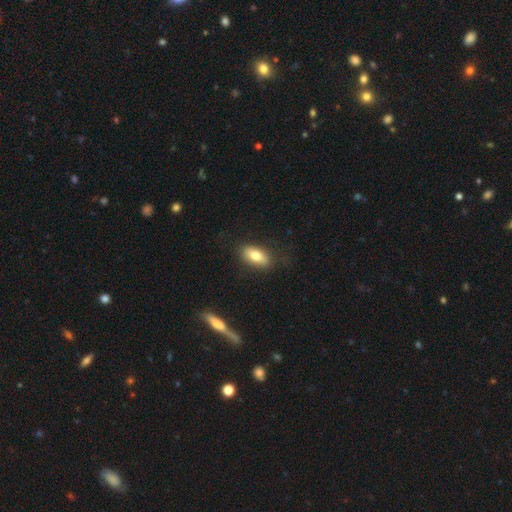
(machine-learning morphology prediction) type=smooth (77%); roundness=in between (86%); merging=none (80%).